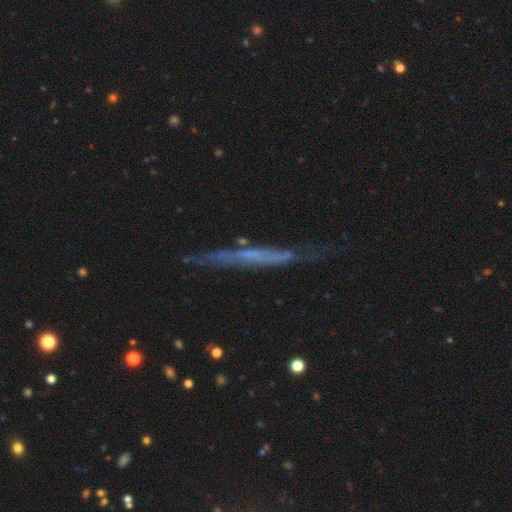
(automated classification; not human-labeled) This appears to be a featured or disk galaxy (59%) viewed edge-on (89%) with no central bulge (84%). Merging: none (71%).